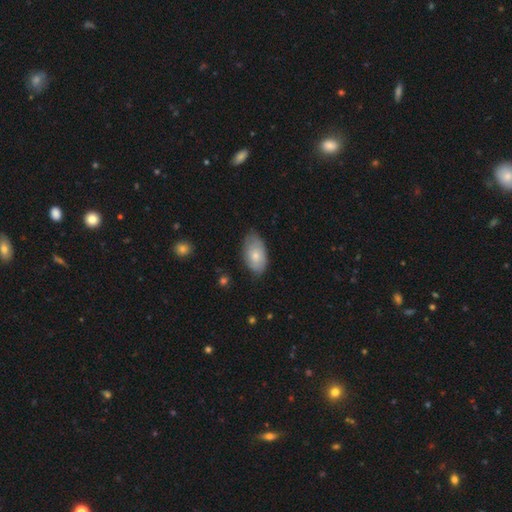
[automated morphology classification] Smooth or featured? smooth (69%)
How rounded? in between (93%)
Merging? none (68%)